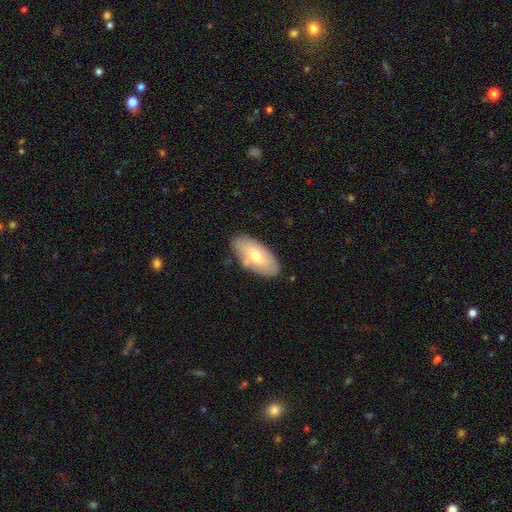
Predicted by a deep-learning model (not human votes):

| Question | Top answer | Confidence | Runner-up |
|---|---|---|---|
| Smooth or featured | smooth | 65% | featured or disk (29%) |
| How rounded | in between | 92% | cigar-shaped (6%) |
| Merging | none | 78% | minor disturbance (14%) |